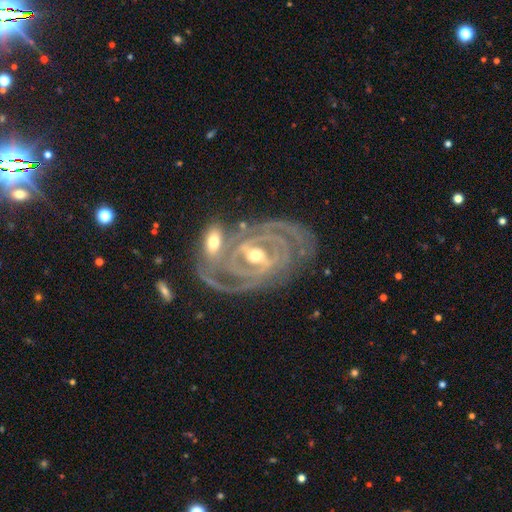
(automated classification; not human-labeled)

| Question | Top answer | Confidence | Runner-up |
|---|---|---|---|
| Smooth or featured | featured or disk | 92% | star or artifact (4%) |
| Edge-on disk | no | 96% | yes (4%) |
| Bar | strong | 44% | weak (37%) |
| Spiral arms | yes | 97% | no (3%) |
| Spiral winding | tight | 76% | medium (21%) |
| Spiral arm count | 2 | 35% | 3 (28%) |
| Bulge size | moderate | 58% | small (38%) |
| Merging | none | 60% | minor disturbance (17%) |